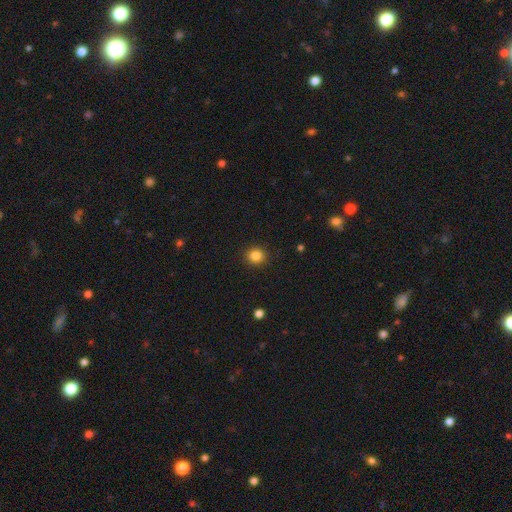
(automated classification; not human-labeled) Smooth or featured?
  - smooth: 84% *
  - star or artifact: 11%
  - featured or disk: 4%
How rounded?
  - round: 89% *
  - in between: 11%
  - cigar-shaped: 1%
Merging?
  - none: 91% *
  - minor disturbance: 6%
  - major disturbance: 2%
  - merger: 1%